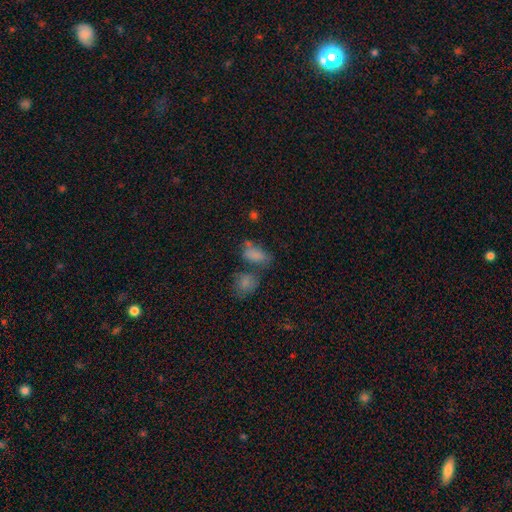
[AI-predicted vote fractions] Smooth or featured? Predicted: smooth (p=0.73). How rounded? Predicted: in between (p=0.84). Merging? Predicted: none (p=0.37, tied with merger).